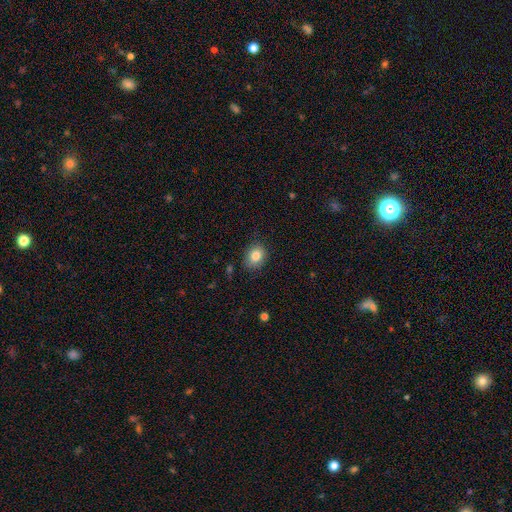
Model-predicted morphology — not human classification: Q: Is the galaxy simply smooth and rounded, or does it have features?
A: smooth — 84%.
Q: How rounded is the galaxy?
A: round — 50%.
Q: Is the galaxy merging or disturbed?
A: none — 84%.